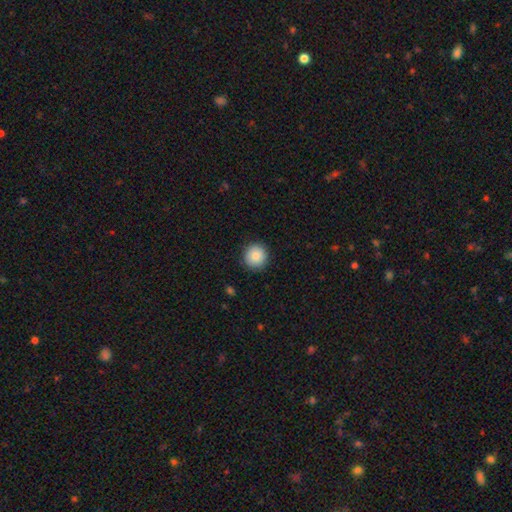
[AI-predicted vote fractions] This is clearly a smooth galaxy (87%). How rounded: clearly round (94%). Merging: clearly none (90%).